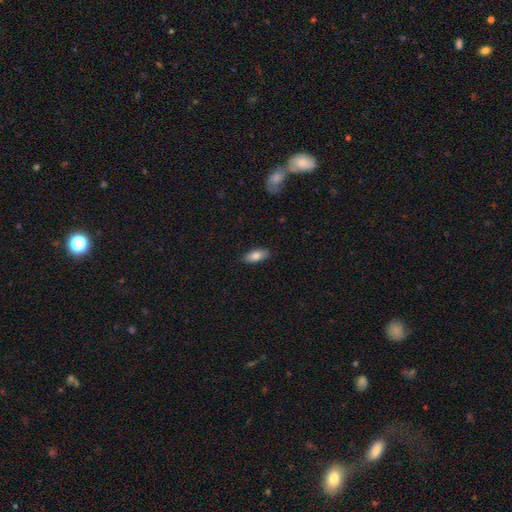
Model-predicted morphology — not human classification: smooth-or-featured: smooth: 81% | featured or disk: 13% | star or artifact: 7%
  how-rounded: in between: 84% | cigar-shaped: 14% | round: 2%
  merging: none: 87% | minor disturbance: 10% | major disturbance: 2% | merger: 1%